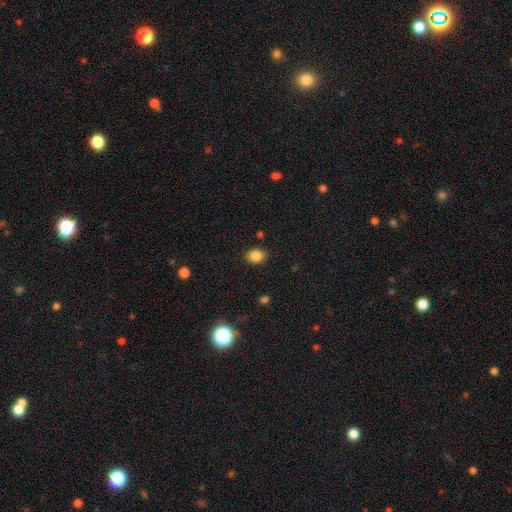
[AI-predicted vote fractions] smooth-or-featured: smooth: 85% | star or artifact: 10% | featured or disk: 5%
  how-rounded: in between: 55% | round: 44% | cigar-shaped: 1%
  merging: none: 86% | minor disturbance: 10% | major disturbance: 3% | merger: 1%